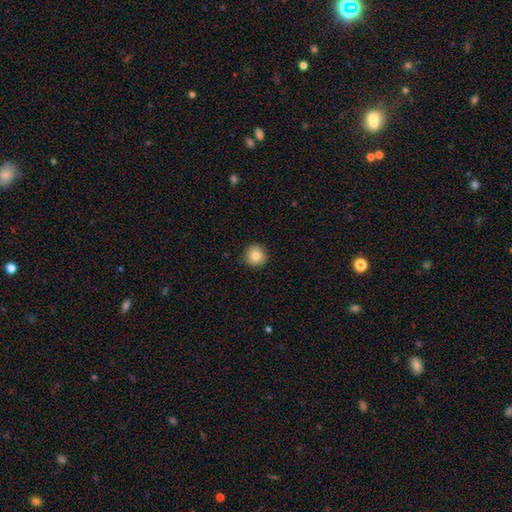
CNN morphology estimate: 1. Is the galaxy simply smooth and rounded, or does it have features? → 84% smooth, 9% star or artifact, 6% featured or disk.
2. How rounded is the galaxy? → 94% round, 5% in between, 1% cigar-shaped.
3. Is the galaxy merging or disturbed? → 91% none, 6% minor disturbance, 2% major disturbance, 1% merger.